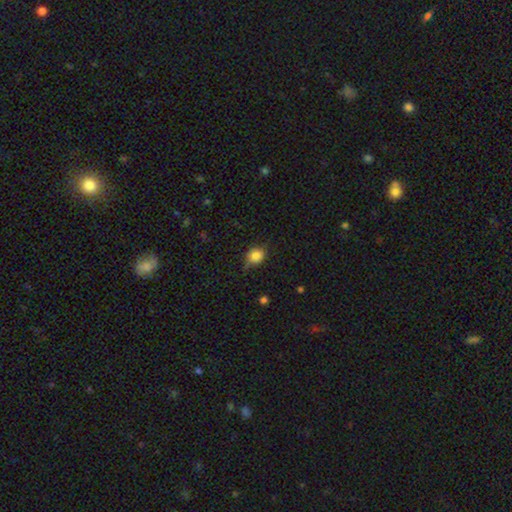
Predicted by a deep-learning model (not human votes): smooth_or_featured: smooth (p=0.83) [alt: star or artifact p=0.10]
how_rounded: round (p=0.70) [alt: in between p=0.28]
merging: none (p=0.55) [alt: minor disturbance p=0.35]